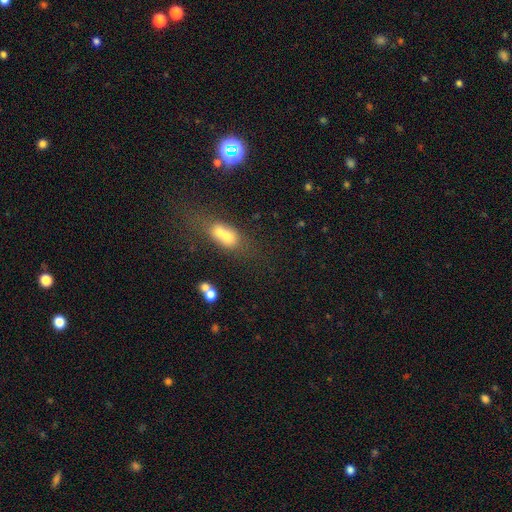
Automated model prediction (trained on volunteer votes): smooth_or_featured: smooth (p=0.53) [alt: star or artifact p=0.26]
how_rounded: in between (p=0.53) [alt: cigar-shaped p=0.38]
merging: none (p=0.65) [alt: minor disturbance p=0.17]